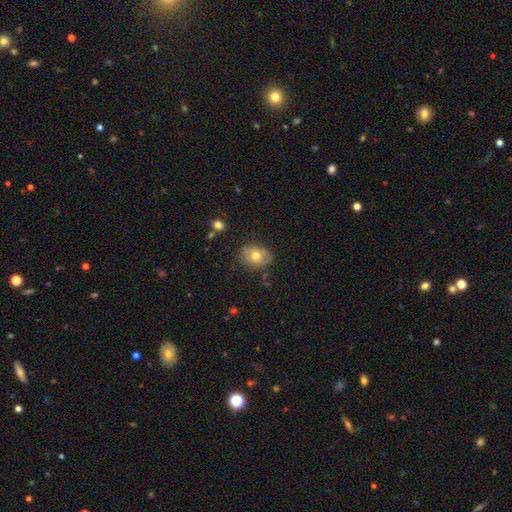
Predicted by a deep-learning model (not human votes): Q: Smooth or featured?
A: smooth (71%); runner-up: featured or disk (20%)
Q: How rounded?
A: in between (63%); runner-up: round (36%)
Q: Merging?
A: none (79%); runner-up: minor disturbance (16%)